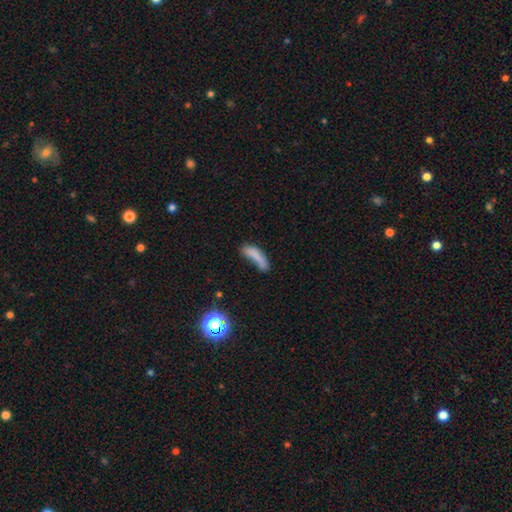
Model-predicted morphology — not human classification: This is likely a smooth galaxy (74%). How rounded: possibly cigar-shaped (59%). Merging: marginally none (38%).